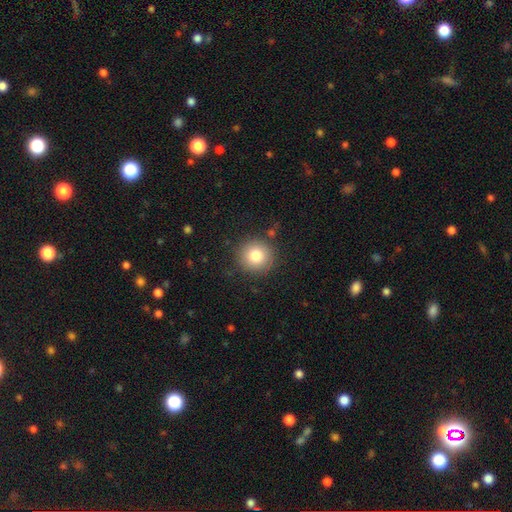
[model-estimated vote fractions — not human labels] smooth-or-featured: smooth: 81% | star or artifact: 10% | featured or disk: 9%
  how-rounded: round: 94% | in between: 5% | cigar-shaped: 1%
  merging: none: 88% | minor disturbance: 8% | major disturbance: 3% | merger: 2%